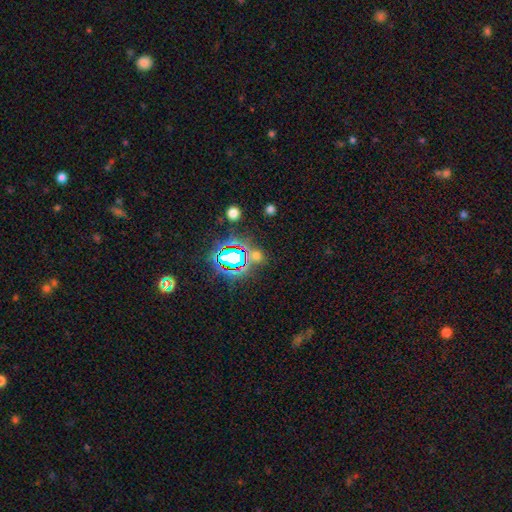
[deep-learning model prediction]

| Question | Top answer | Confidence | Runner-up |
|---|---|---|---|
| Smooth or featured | star or artifact | 57% | smooth (33%) |